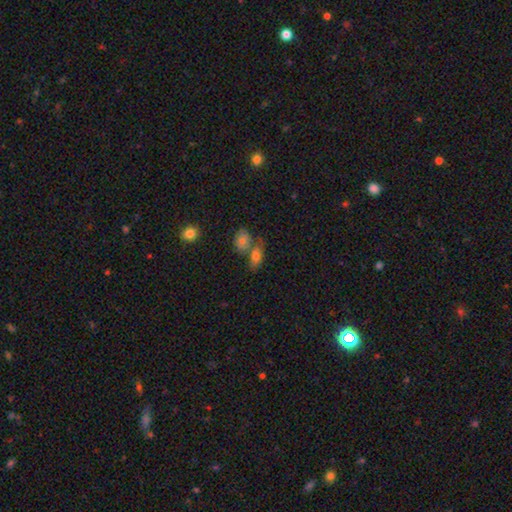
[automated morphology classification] Smooth or featured? smooth (75%)
How rounded? in between (81%)
Merging? merger (43%)